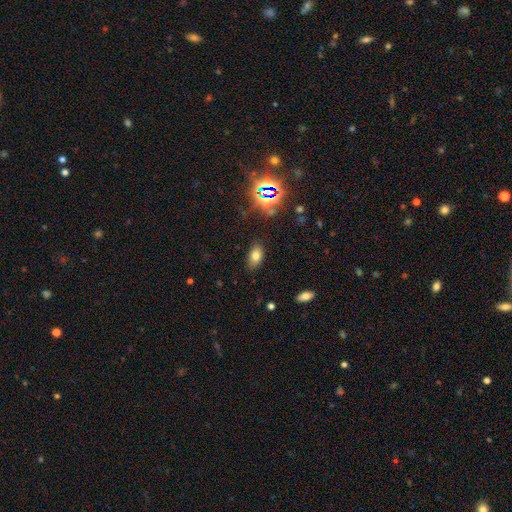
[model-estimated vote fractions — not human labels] Smooth or featured: smooth — 72% (star or artifact — 17%)
How rounded: in between — 90% (round — 8%)
Merging: none — 83% (minor disturbance — 12%)